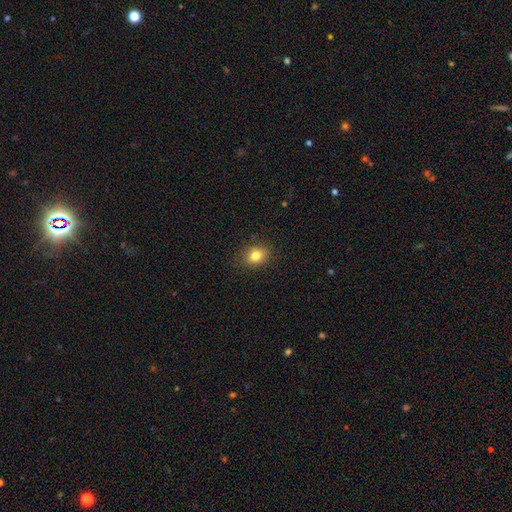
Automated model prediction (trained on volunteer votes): Overall: smooth (81%). How rounded: in between (51%; round 48%). Merging: none (86%).